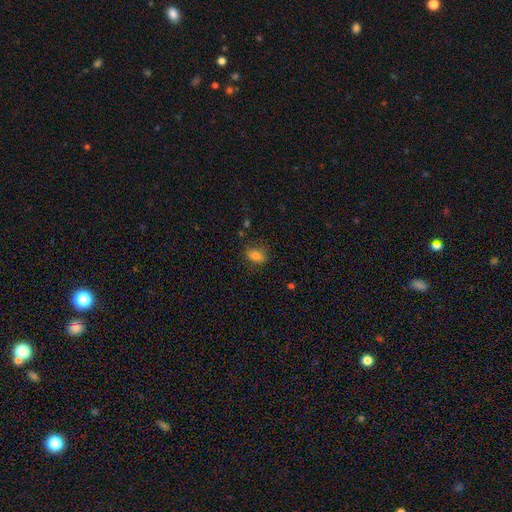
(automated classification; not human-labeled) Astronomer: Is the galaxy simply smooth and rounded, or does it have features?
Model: smooth — 78%.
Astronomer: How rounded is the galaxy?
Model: in between — 76%.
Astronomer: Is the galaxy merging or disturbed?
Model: none — 79%.